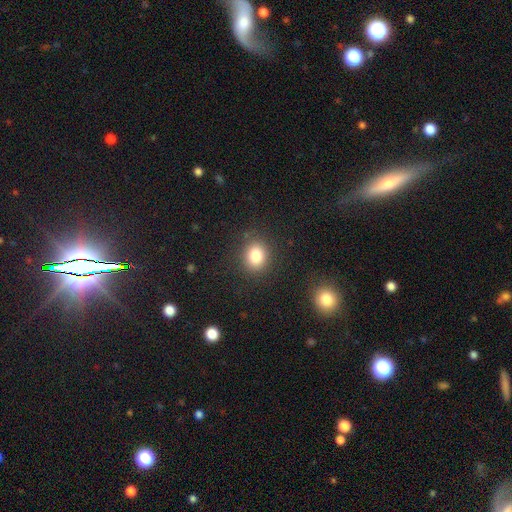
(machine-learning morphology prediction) A smooth galaxy with no disk features (82%) that is round (66%).

Vote fractions:
- Smooth or featured? smooth: 82% / star or artifact: 11% / featured or disk: 7%
- How rounded? round: 66% / in between: 33% / cigar-shaped: 1%
- Merging? none: 86% / minor disturbance: 9% / major disturbance: 3% / merger: 2%